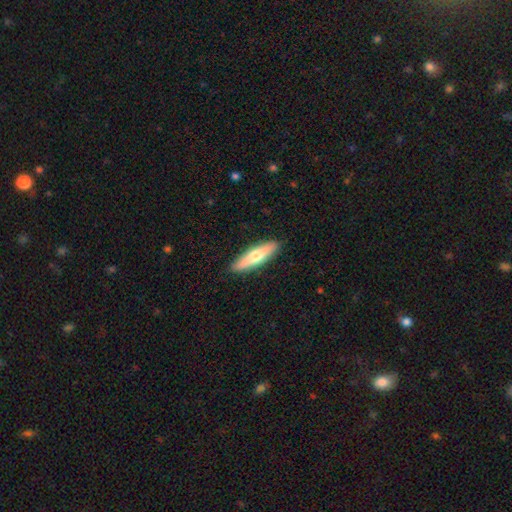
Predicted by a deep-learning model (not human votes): Q: Smooth or featured?
A: smooth (59%); runner-up: featured or disk (36%)
Q: How rounded?
A: cigar-shaped (71%); runner-up: in between (27%)
Q: Merging?
A: none (90%); runner-up: minor disturbance (8%)